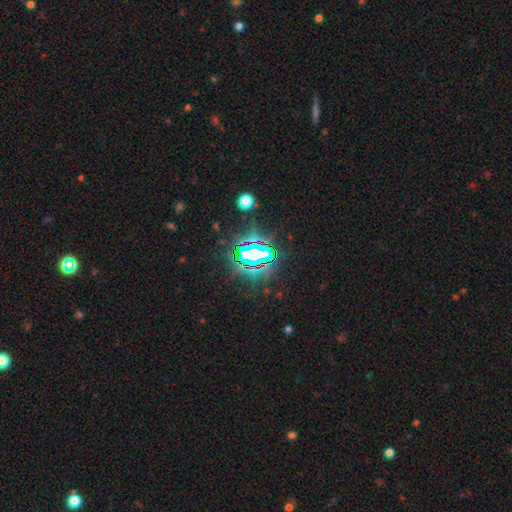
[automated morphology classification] The model was most divided on "smooth or featured": star or artifact: 76%, smooth: 13%, featured or disk: 12%.